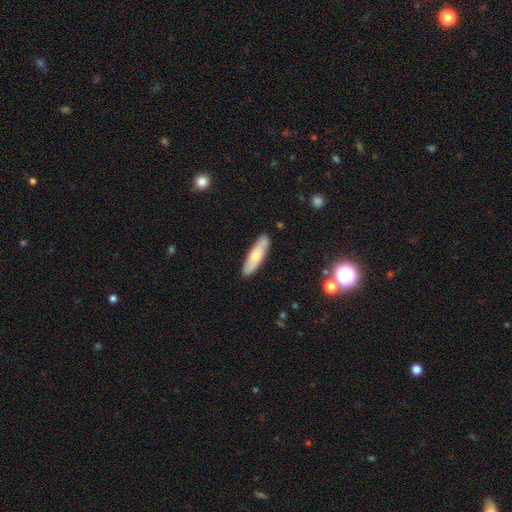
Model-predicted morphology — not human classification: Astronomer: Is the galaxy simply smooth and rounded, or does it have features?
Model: smooth — 68%.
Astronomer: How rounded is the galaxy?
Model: cigar-shaped — 71%.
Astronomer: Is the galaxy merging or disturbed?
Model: none — 87%.